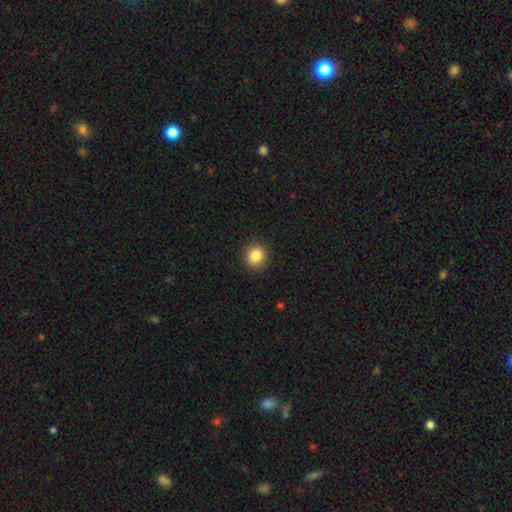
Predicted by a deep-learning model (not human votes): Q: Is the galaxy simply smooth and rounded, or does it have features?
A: smooth — 85%.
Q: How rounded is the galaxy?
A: round — 87%.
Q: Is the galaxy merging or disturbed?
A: none — 90%.